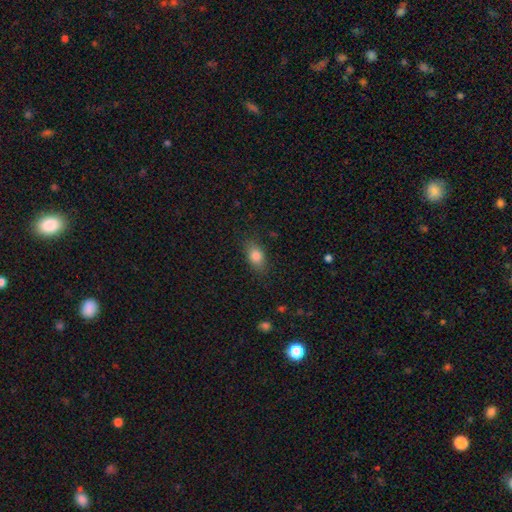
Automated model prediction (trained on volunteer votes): Q: Smooth or featured?
A: smooth (83%); runner-up: star or artifact (9%)
Q: How rounded?
A: in between (82%); runner-up: round (14%)
Q: Merging?
A: none (82%); runner-up: minor disturbance (13%)